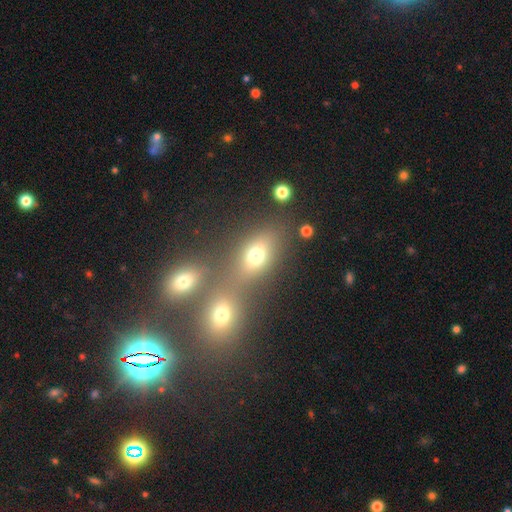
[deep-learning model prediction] This is likely a smooth galaxy (71%). How rounded: likely in between (61%). Merging: possibly none (57%).